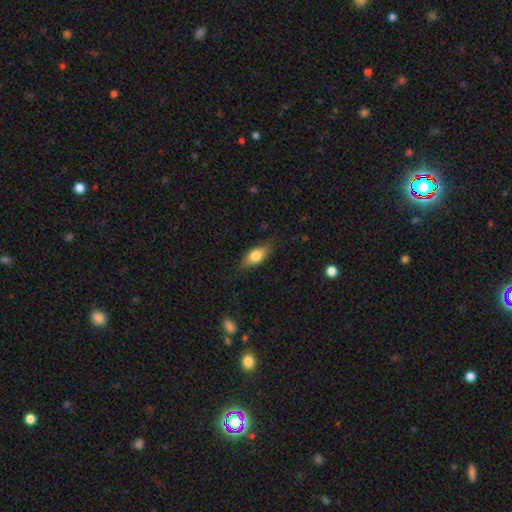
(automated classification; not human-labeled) Overall: smooth (74%). How rounded: in between (81%). Merging: none (77%).